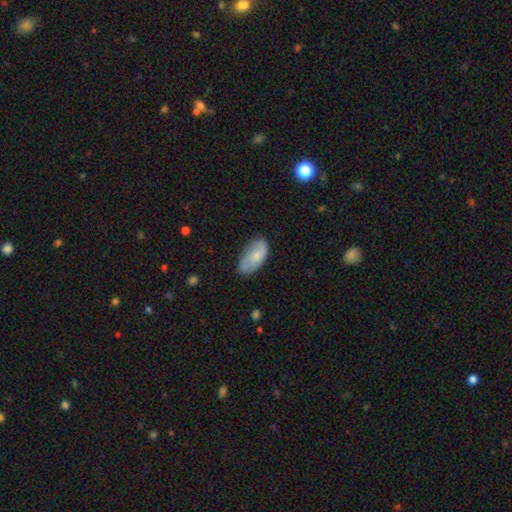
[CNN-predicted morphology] A smooth galaxy with no disk features (68%) that is in between round and cigar-shaped (94%).

Vote fractions:
- Smooth or featured? smooth: 68% / featured or disk: 25% / star or artifact: 7%
- How rounded? in between: 94% / cigar-shaped: 3% / round: 3%
- Merging? none: 67% / minor disturbance: 25% / major disturbance: 6% / merger: 2%